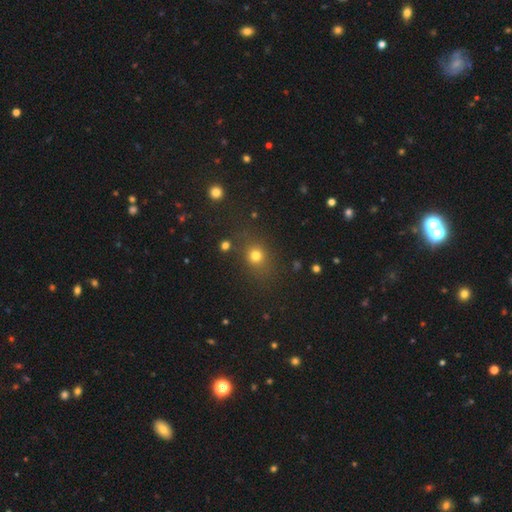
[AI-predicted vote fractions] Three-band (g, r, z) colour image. It shows a smooth galaxy with no disk features (74%) that is round (74%). Merging: none (76%).